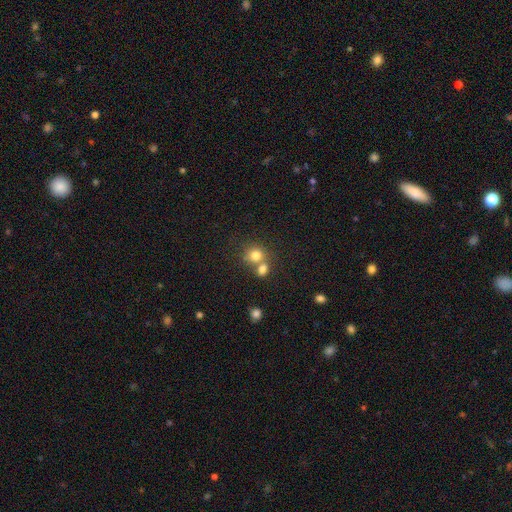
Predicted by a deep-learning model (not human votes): smooth-or-featured: smooth: 78% | star or artifact: 12% | featured or disk: 9%
  how-rounded: round: 78% | in between: 21% | cigar-shaped: 1%
  merging: merger: 46% | none: 44% | minor disturbance: 8% | major disturbance: 3%